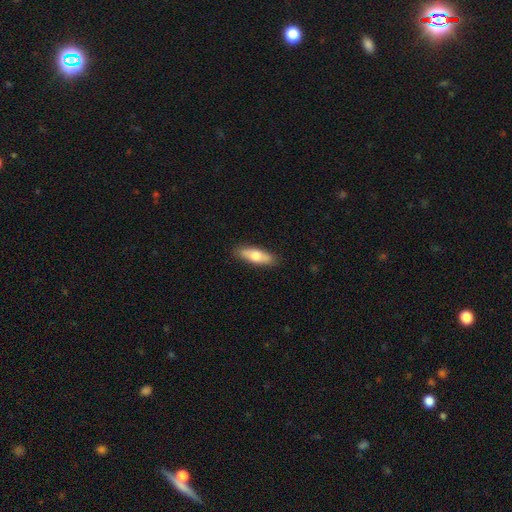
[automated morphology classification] Smooth or featured? smooth (69%)
How rounded? in between (55%)
Merging? none (87%)